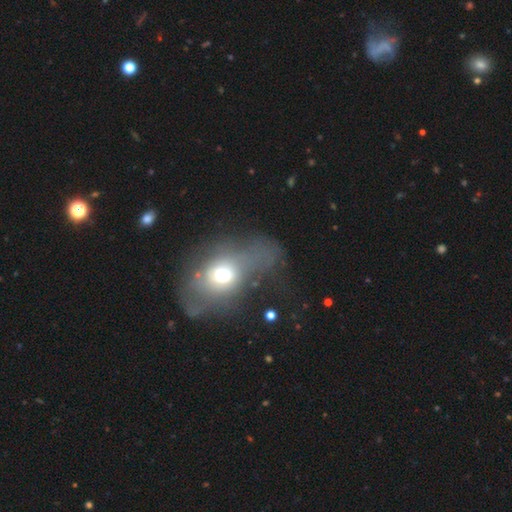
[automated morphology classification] smooth 45%, featured or disk 38%, star or artifact 16%. Down the decision tree: merging — major disturbance (43%).